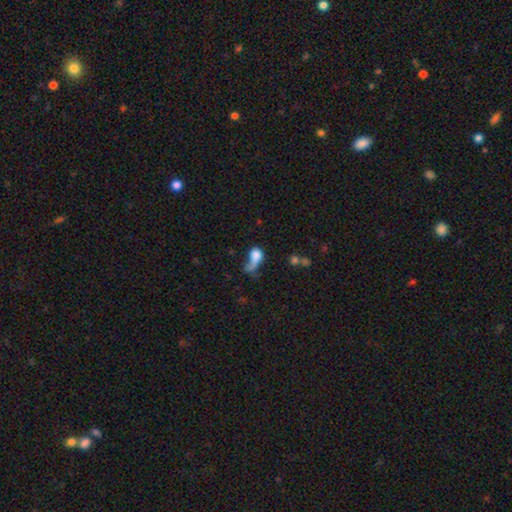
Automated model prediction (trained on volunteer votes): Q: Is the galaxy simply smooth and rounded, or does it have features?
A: smooth — 67%.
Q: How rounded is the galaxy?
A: in between — 64%.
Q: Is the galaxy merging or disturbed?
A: major disturbance — 43%.